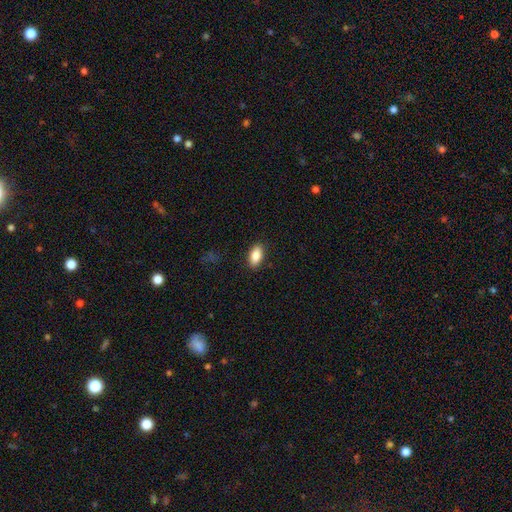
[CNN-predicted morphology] Smooth or featured: smooth — 87% (star or artifact — 7%)
How rounded: in between — 91% (cigar-shaped — 5%)
Merging: none — 88% (minor disturbance — 9%)